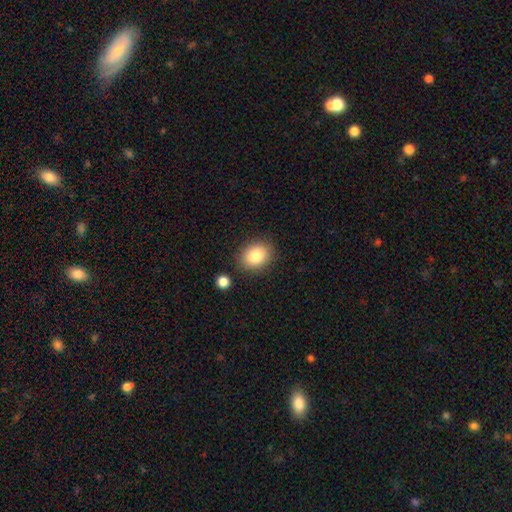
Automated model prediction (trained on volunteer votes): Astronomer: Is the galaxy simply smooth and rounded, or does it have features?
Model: smooth — 84%.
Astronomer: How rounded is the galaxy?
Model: in between — 59% (runner-up: round, 40%).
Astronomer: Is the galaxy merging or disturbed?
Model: none — 84%.